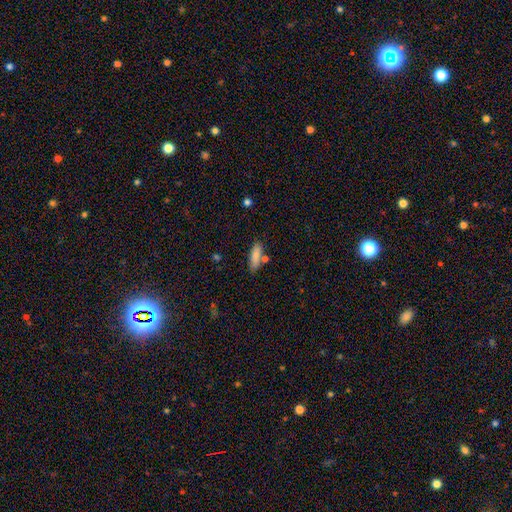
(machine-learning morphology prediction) smooth 85%, featured or disk 8%, star or artifact 7%. Down the decision tree: how rounded — in between (54%); merging — none (73%).